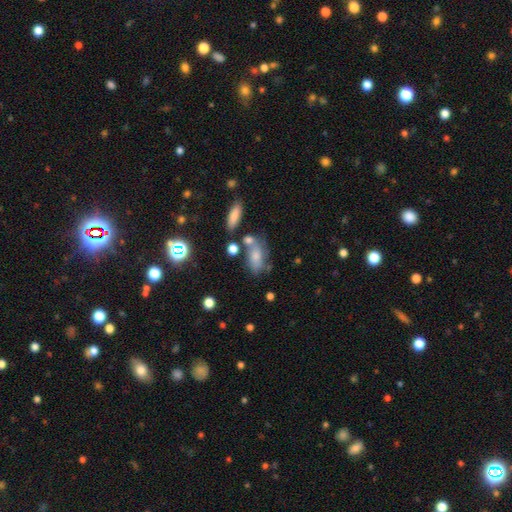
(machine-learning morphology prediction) Smooth or featured? Predicted: smooth (p=0.67). How rounded? Predicted: in between (p=0.84). Merging? Predicted: none (p=0.44).